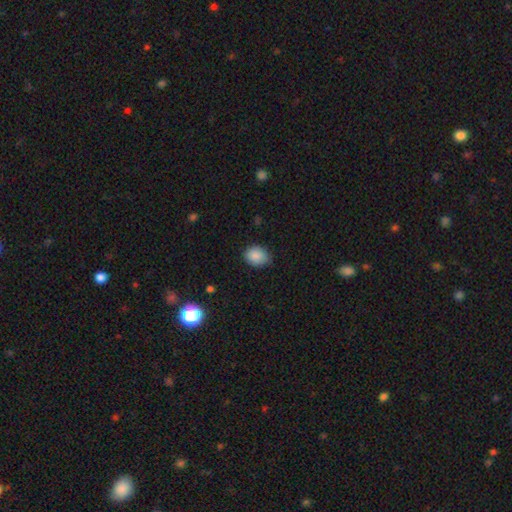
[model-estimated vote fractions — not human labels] Smooth or featured: smooth — 88% (star or artifact — 8%)
How rounded: in between — 55% (round — 44%)
Merging: none — 75% (minor disturbance — 21%)